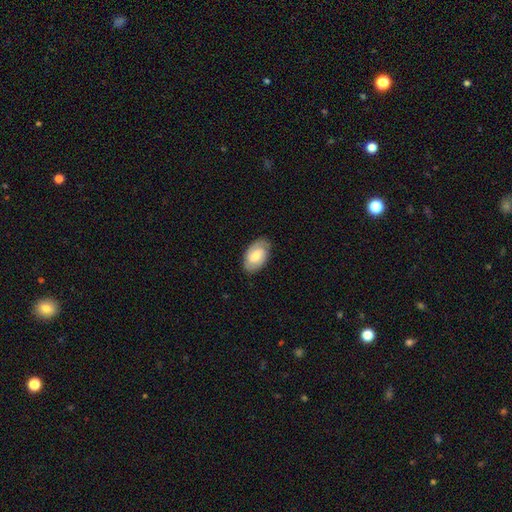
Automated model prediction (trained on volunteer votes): Smooth or featured: smooth — 48% (featured or disk — 46%)
Merging: none — 81% (minor disturbance — 14%)